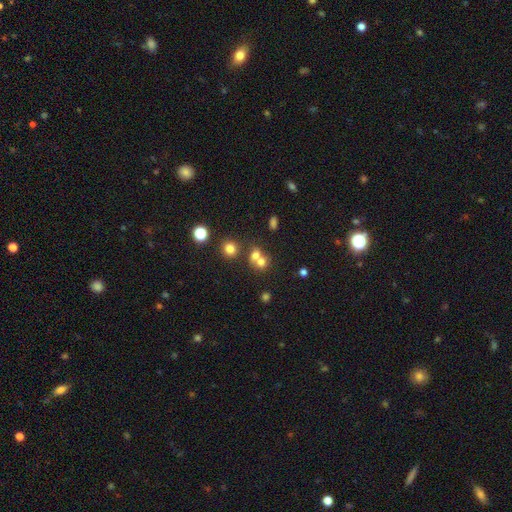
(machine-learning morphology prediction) This is likely a smooth galaxy (68%). How rounded: likely round (73%). Merging: possibly merger (53%).